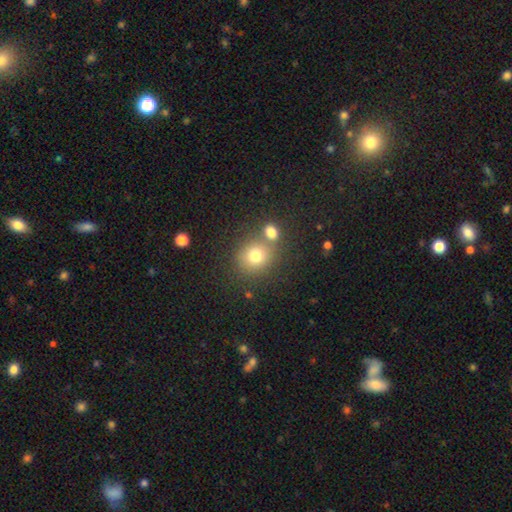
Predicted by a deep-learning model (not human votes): Morphology: type=smooth (75%); roundness=round (81%); merging=none (61%).